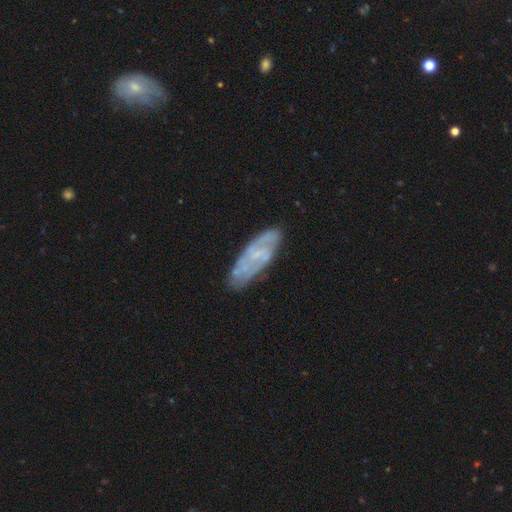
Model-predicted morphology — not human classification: Q: Smooth or featured?
A: featured or disk (71%); runner-up: smooth (22%)
Q: Edge-on disk?
A: no (86%); runner-up: yes (14%)
Q: Bar?
A: no (53%); runner-up: weak (37%)
Q: Spiral arms?
A: yes (81%); runner-up: no (19%)
Q: Bulge size?
A: small (59%); runner-up: none (26%)
Q: Merging?
A: none (75%); runner-up: minor disturbance (17%)